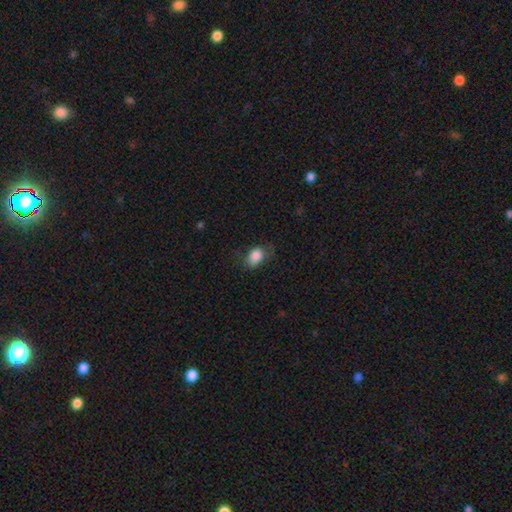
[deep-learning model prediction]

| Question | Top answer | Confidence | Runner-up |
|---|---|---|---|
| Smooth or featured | smooth | 85% | star or artifact (8%) |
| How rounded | in between | 82% | round (16%) |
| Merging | none | 66% | minor disturbance (23%) |